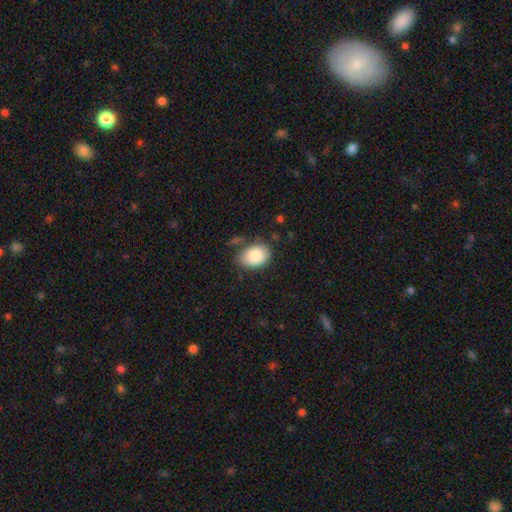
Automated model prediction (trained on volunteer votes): Morphology: type=smooth (87%); roundness=in between (79%); merging=none (70%).